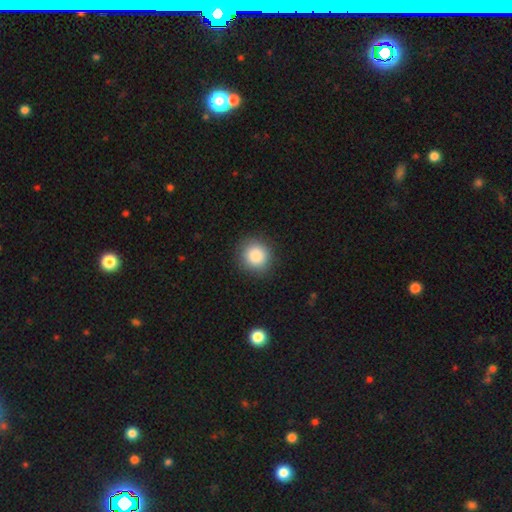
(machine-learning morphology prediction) Smooth or featured?
  - smooth: 87% *
  - star or artifact: 9%
  - featured or disk: 5%
How rounded?
  - round: 91% *
  - in between: 8%
  - cigar-shaped: 1%
Merging?
  - none: 90% *
  - minor disturbance: 7%
  - major disturbance: 2%
  - merger: 1%